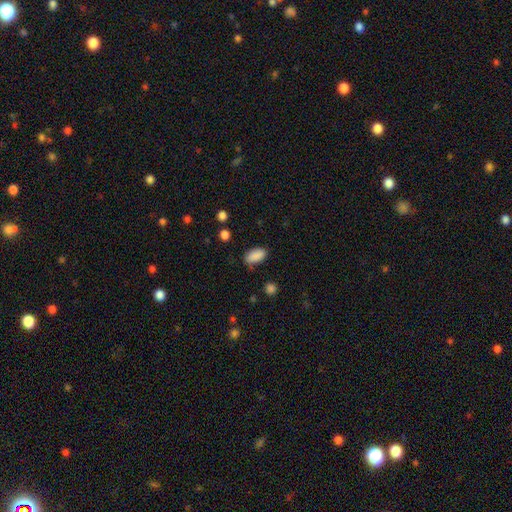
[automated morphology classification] smooth 88%, star or artifact 8%, featured or disk 4%. Down the decision tree: how rounded — in between (92%); merging — none (80%).